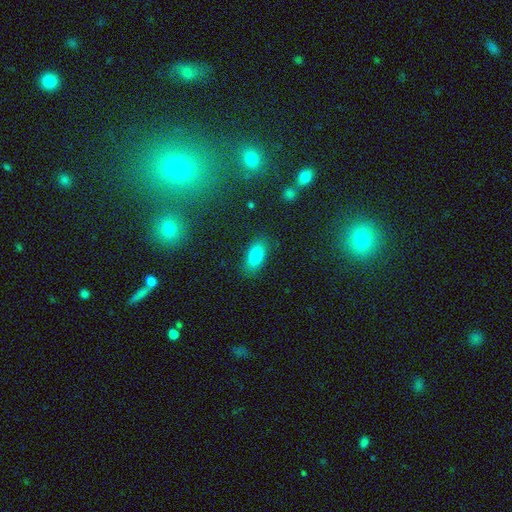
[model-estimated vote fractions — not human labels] Overall: smooth (80%). How rounded: in between (86%). Merging: none (84%).